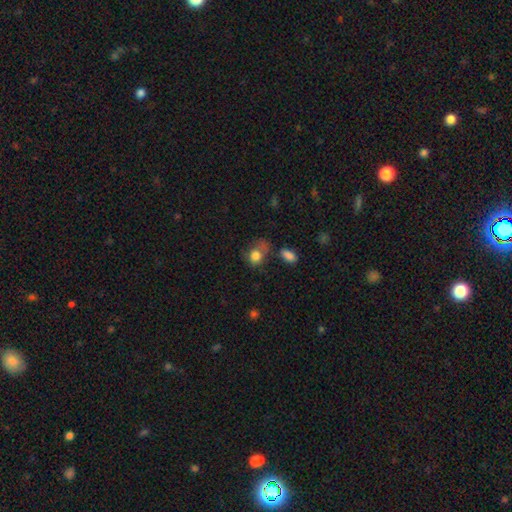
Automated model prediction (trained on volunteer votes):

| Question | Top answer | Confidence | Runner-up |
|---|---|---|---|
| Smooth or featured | smooth | 79% | featured or disk (12%) |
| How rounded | in between | 52% | round (47%) |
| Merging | none | 37% | minor disturbance (28%) |